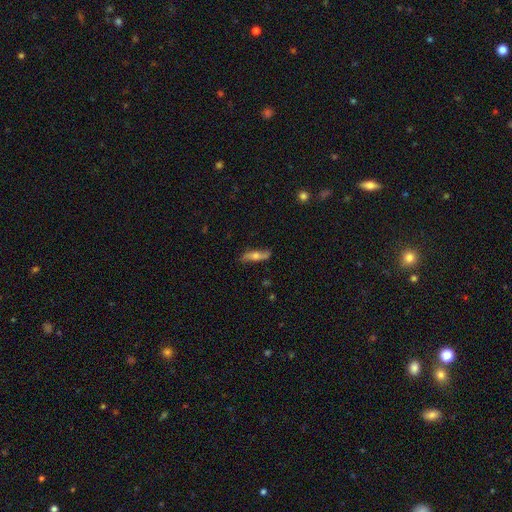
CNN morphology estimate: Smooth or featured?
  - featured or disk: 57% *
  - smooth: 37%
  - star or artifact: 6%
Edge-on disk?
  - no: 54% *
  - yes: 46%
Merging?
  - none: 78% *
  - minor disturbance: 17%
  - major disturbance: 4%
  - merger: 2%